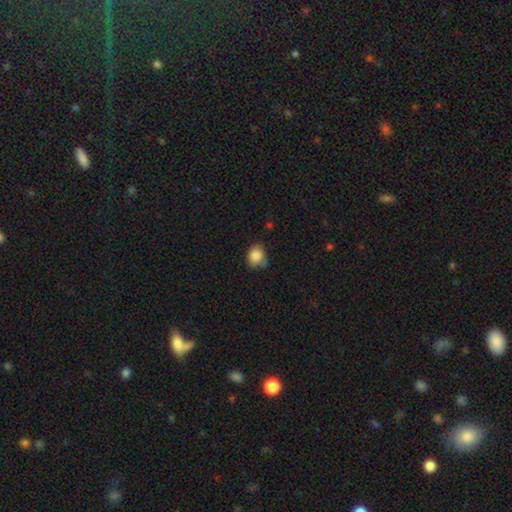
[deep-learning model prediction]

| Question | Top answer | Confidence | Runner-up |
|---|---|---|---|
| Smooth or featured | smooth | 85% | star or artifact (9%) |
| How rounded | round | 51% | in between (48%) |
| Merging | none | 63% | minor disturbance (25%) |